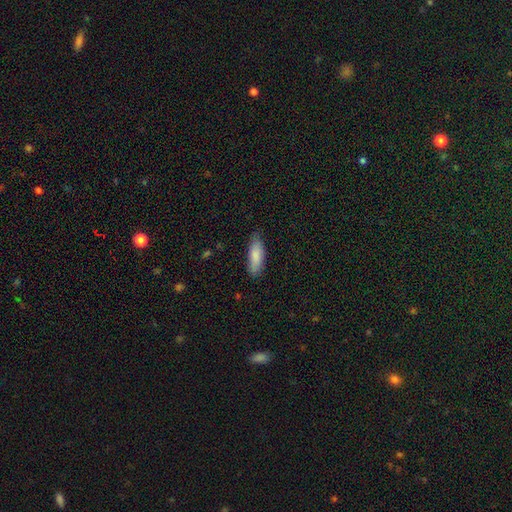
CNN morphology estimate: This appears to be a smooth galaxy with no disk features (85%) that is in between round and cigar-shaped (56%). Merging: none (78%).